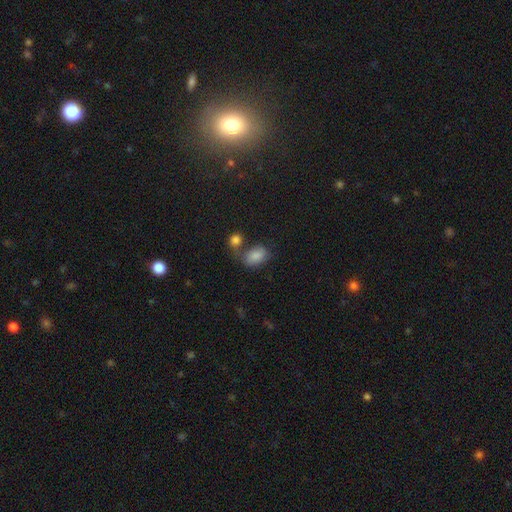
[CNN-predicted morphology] A smooth galaxy with no disk features (82%) that is in between round and cigar-shaped (81%).

Vote fractions:
- Smooth or featured? smooth: 82% / star or artifact: 9% / featured or disk: 9%
- How rounded? in between: 81% / round: 18% / cigar-shaped: 1%
- Merging? none: 39% / merger: 35% / minor disturbance: 17% / major disturbance: 9%